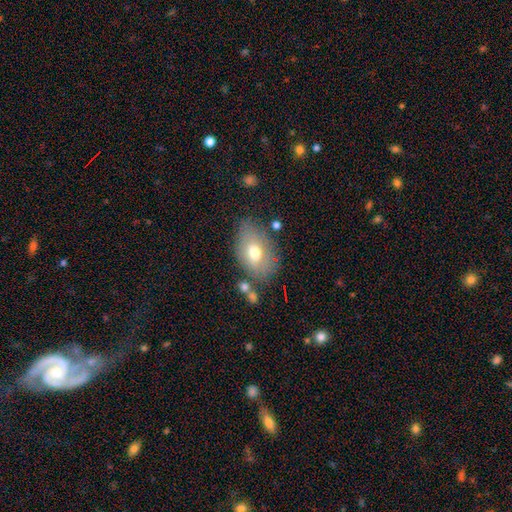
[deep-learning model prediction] Smooth or featured? Predicted: smooth (p=0.64). How rounded? Predicted: in between (p=0.88). Merging? Predicted: none (p=0.71).